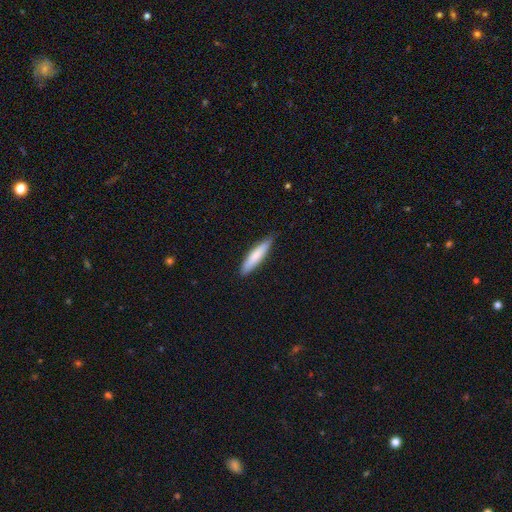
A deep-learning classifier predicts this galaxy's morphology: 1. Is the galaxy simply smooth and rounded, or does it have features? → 76% smooth, 19% featured or disk, 5% star or artifact.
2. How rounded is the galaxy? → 86% cigar-shaped, 12% in between, 1% round.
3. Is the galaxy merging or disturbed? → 86% none, 11% minor disturbance, 2% major disturbance, 1% merger.